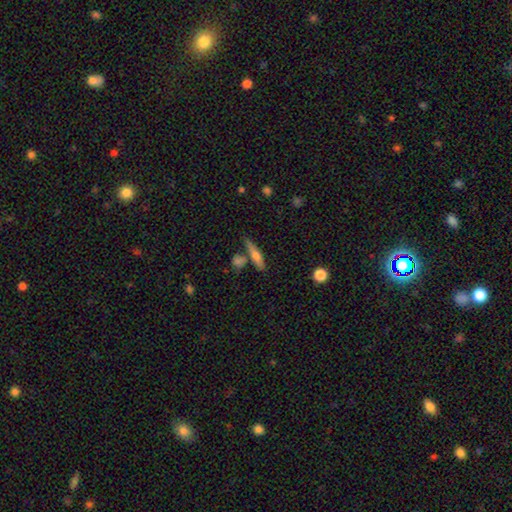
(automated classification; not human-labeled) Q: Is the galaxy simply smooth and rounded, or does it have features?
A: smooth — 54%.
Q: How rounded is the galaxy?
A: cigar-shaped — 78%.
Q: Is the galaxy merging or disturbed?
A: none — 69%.